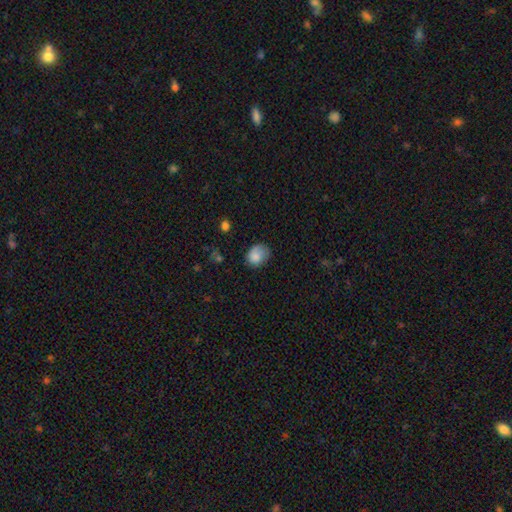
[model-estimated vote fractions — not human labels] This appears to be a smooth galaxy with no disk features (83%) that is in between round and cigar-shaped (50%). Merging: none (58%).